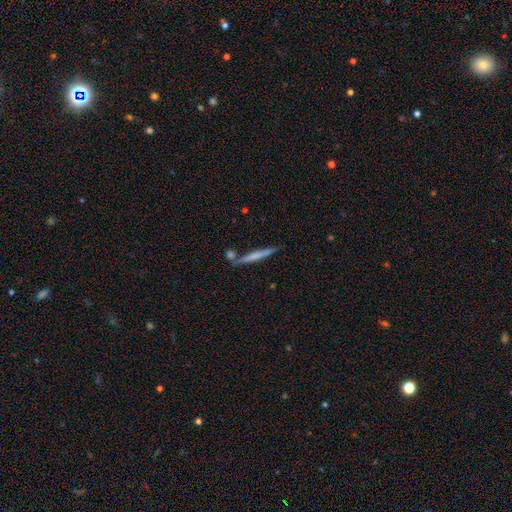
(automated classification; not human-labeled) A smooth galaxy with no disk features (54%) that is cigar-shaped (95%).

Vote fractions:
- Smooth or featured? smooth: 54% / featured or disk: 40% / star or artifact: 6%
- How rounded? cigar-shaped: 95% / in between: 3% / round: 2%
- Merging? none: 77% / minor disturbance: 10% / merger: 10% / major disturbance: 3%